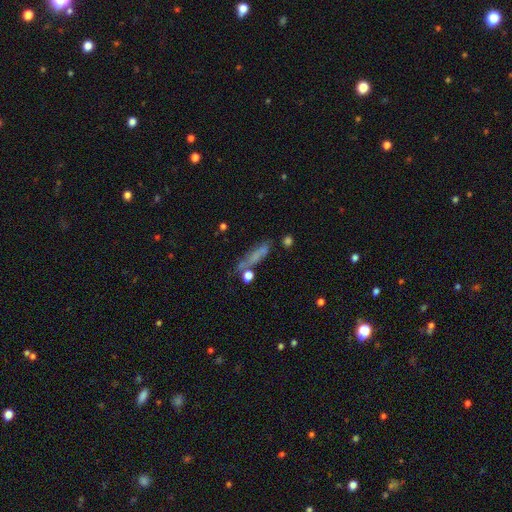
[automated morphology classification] Smooth or featured?
  - smooth: 57% *
  - featured or disk: 28%
  - star or artifact: 15%
How rounded?
  - cigar-shaped: 78% *
  - in between: 18%
  - round: 5%
Merging?
  - none: 57% *
  - minor disturbance: 21%
  - major disturbance: 11%
  - merger: 10%